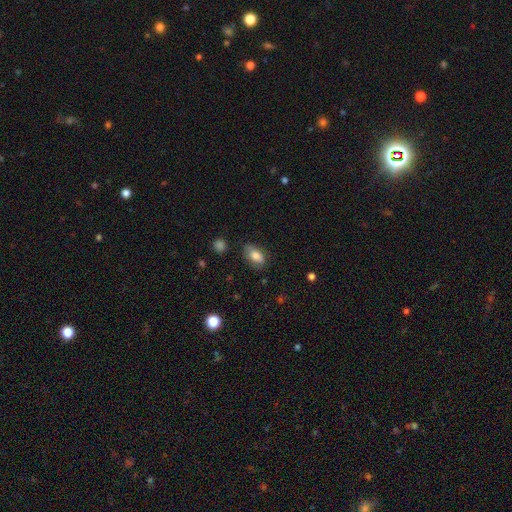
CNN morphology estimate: This appears to be a smooth galaxy with no disk features (79%) that is in between round and cigar-shaped (90%). Merging: none (68%).